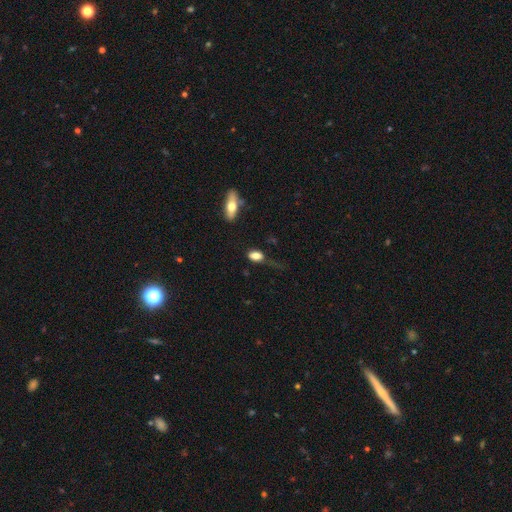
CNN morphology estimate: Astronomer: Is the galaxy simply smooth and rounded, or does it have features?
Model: smooth — 79%.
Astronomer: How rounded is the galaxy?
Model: in between — 84%.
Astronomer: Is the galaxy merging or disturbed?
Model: major disturbance — 33%, tied with none at 33%.